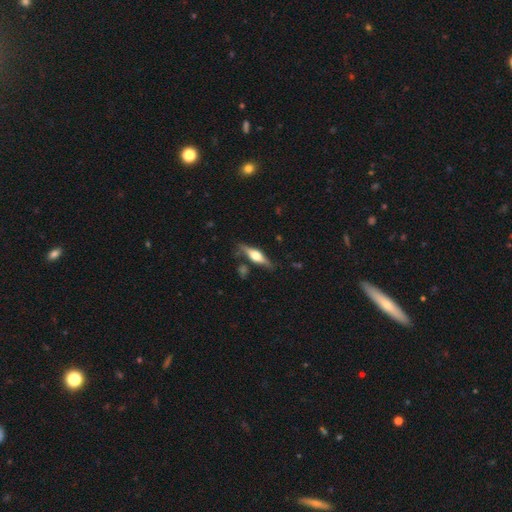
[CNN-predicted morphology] A featured or disk galaxy (64%) viewed edge-on (95%) with a rounded central bulge (91%).

Vote fractions:
- Smooth or featured? featured or disk: 64% / smooth: 31% / star or artifact: 6%
- Edge-on disk? yes: 95% / no: 5%
- Edge-on bulge? rounded: 91% / boxy: 7% / none: 2%
- Merging? none: 77% / minor disturbance: 14% / merger: 5% / major disturbance: 4%